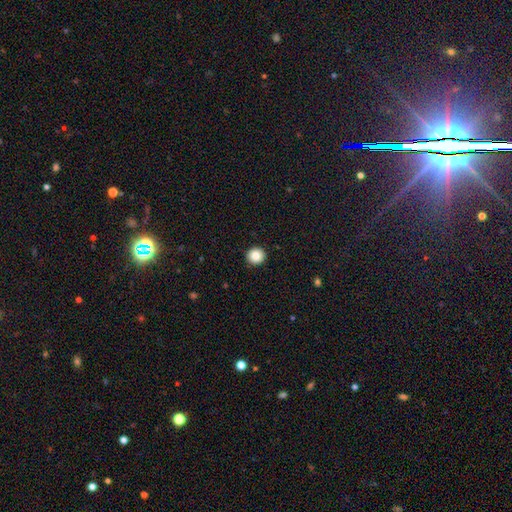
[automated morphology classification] smooth 87%, star or artifact 9%, featured or disk 4%. Down the decision tree: how rounded — round (92%); merging — none (93%).